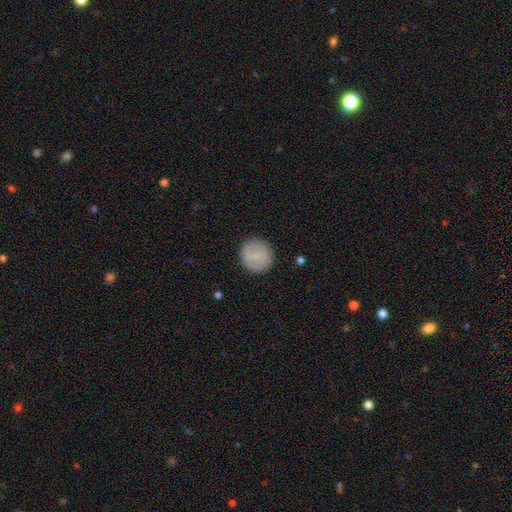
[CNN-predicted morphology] This is likely a smooth galaxy (72%). How rounded: clearly round (93%). Merging: clearly none (89%).